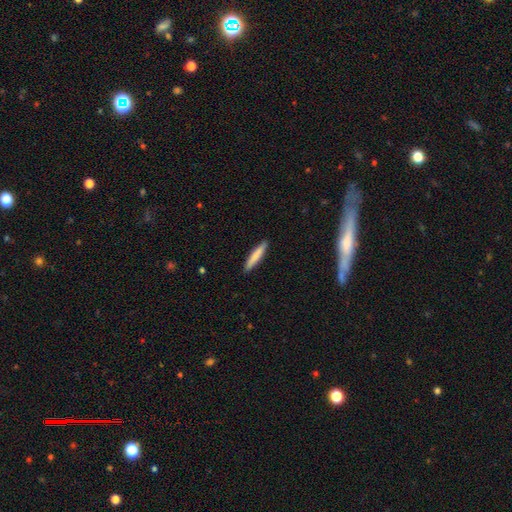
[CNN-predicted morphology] Smooth or featured? Predicted: smooth (p=0.79). How rounded? Predicted: cigar-shaped (p=0.92). Merging? Predicted: none (p=0.91).